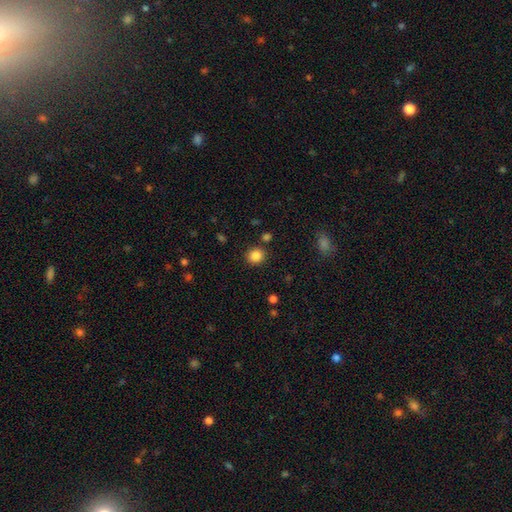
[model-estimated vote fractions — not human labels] This appears to be a smooth galaxy with no disk features (85%) that is round (83%). Merging: none (86%).